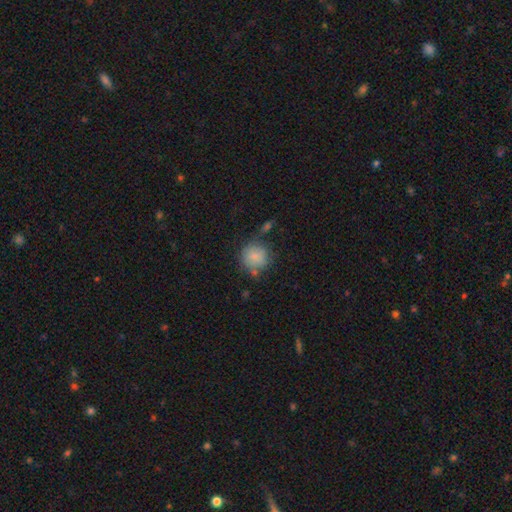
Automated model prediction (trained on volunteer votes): Smooth or featured? Predicted: smooth (p=0.82). How rounded? Predicted: round (p=0.92). Merging? Predicted: none (p=0.67).